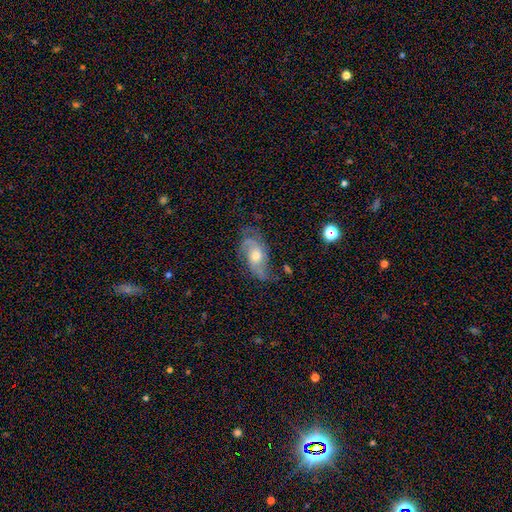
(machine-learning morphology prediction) smooth_or_featured: featured or disk (p=0.81) [alt: smooth p=0.12]
disk_edge_on: no (p=0.95) [alt: yes p=0.05]
bar: no (p=0.69) [alt: weak p=0.25]
has_spiral_arms: yes (p=0.94) [alt: no p=0.06]
spiral_winding: medium (p=0.45) [alt: tight p=0.31]
spiral_arm_count: 2 (p=0.52) [alt: 3 p=0.20]
bulge_size: moderate (p=0.69) [alt: small p=0.23]
merging: none (p=0.64) [alt: minor disturbance p=0.23]